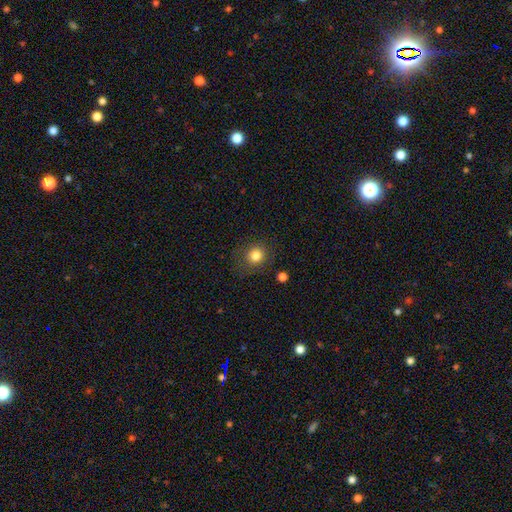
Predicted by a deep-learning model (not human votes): smooth-or-featured: smooth: 81% | star or artifact: 12% | featured or disk: 7%
  how-rounded: round: 84% | in between: 15% | cigar-shaped: 1%
  merging: none: 80% | minor disturbance: 12% | major disturbance: 5% | merger: 2%